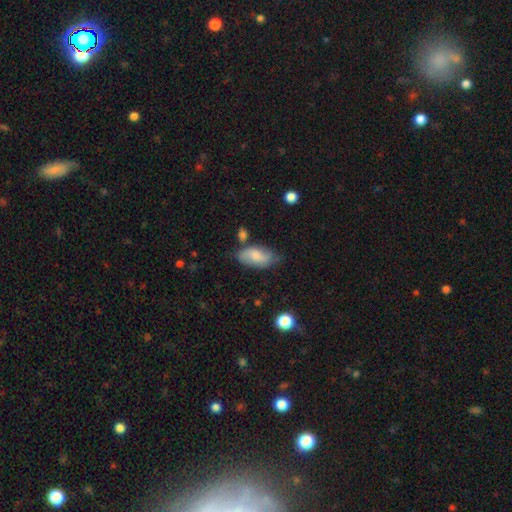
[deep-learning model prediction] This appears to be a smooth galaxy with no disk features (60%) that is in between round and cigar-shaped (92%). Merging: none (62%).